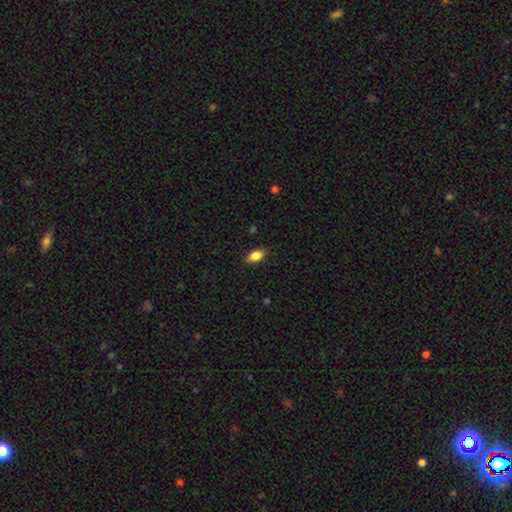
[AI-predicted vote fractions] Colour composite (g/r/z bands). It shows a smooth galaxy with no disk features (83%) that is in between round and cigar-shaped (89%). Merging: none (86%).